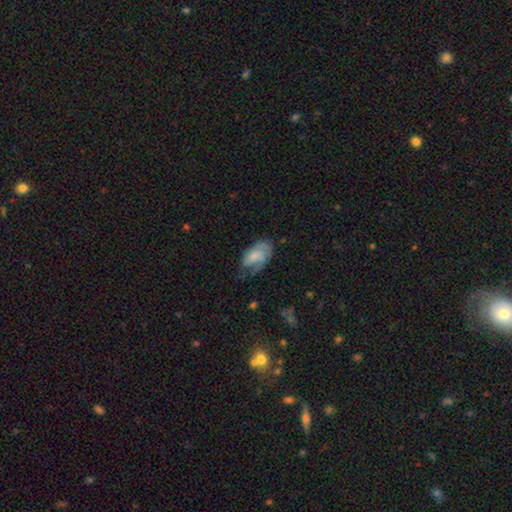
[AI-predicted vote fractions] Overall: smooth (52%; featured or disk 41%). How rounded: in between (92%). Merging: none (44%; minor disturbance 31%).